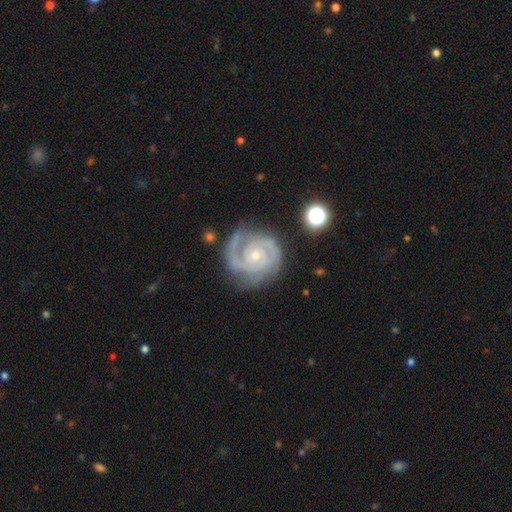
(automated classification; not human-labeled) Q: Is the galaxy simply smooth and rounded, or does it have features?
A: featured or disk — 91%.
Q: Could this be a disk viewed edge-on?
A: no — 98%.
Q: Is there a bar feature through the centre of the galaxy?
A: no — 69%.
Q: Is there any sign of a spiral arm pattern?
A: yes — 98%.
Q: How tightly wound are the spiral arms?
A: tight — 68%.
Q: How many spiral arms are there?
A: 2 — 64%.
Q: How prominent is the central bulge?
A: small — 65%.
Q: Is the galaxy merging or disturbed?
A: none — 75%.